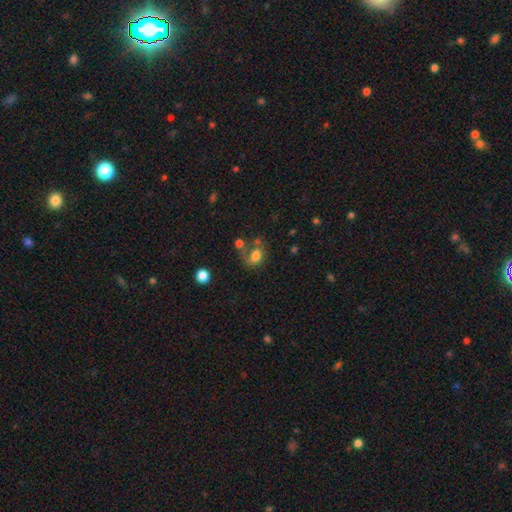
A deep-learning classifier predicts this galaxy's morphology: smooth_or_featured: smooth (p=0.70) [alt: featured or disk p=0.17]
how_rounded: round (p=0.51) [alt: in between p=0.48]
merging: none (p=0.36) [alt: merger p=0.26]